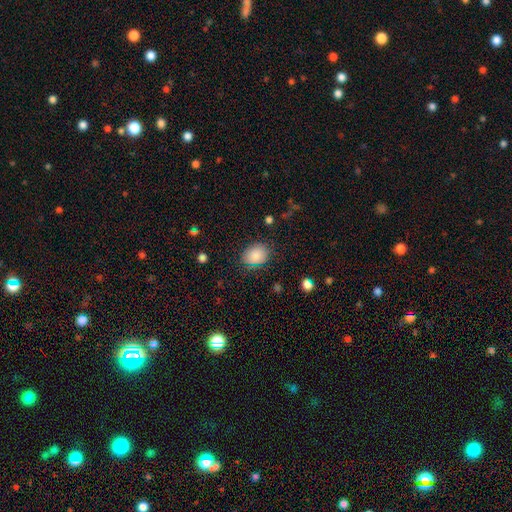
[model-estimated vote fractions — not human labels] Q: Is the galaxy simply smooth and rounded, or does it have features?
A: smooth — 85%.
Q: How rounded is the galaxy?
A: in between — 55%.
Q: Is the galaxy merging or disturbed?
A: none — 82%.